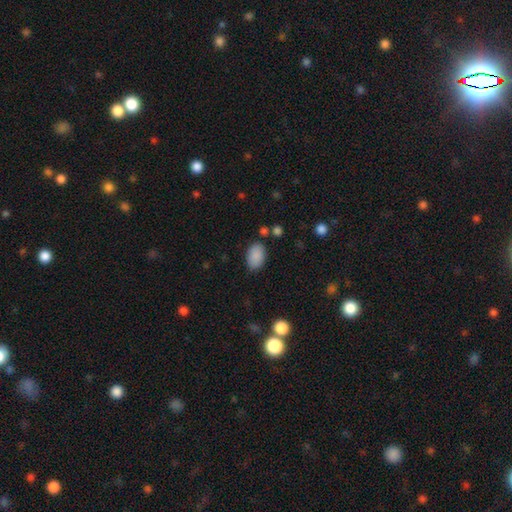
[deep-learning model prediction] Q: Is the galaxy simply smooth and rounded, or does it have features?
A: smooth — 89%.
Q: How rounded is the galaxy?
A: in between — 90%.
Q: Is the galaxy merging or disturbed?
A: none — 82%.